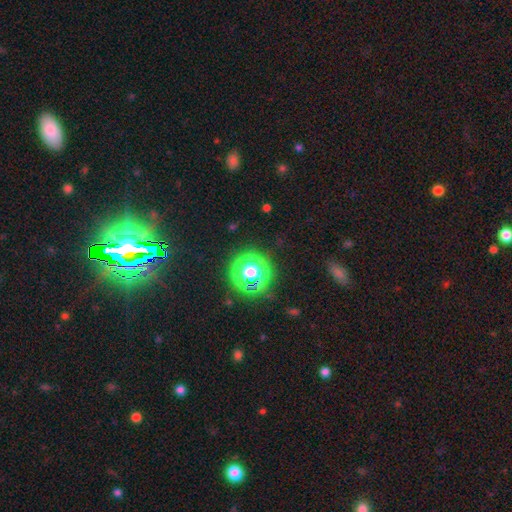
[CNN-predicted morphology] This is likely a star or artifact rather than a galaxy (77%).